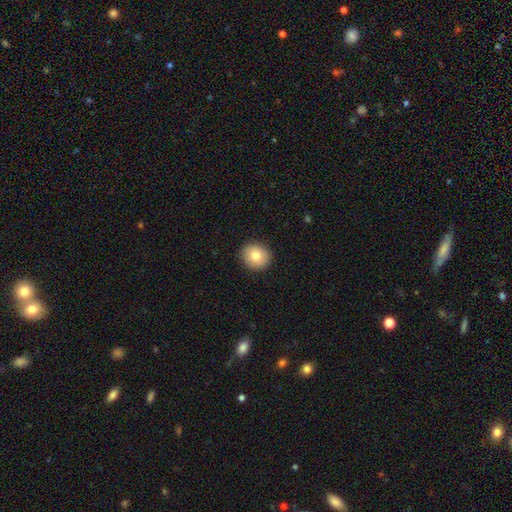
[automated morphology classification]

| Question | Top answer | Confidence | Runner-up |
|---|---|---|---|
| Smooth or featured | smooth | 80% | featured or disk (12%) |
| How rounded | round | 84% | in between (15%) |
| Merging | none | 92% | minor disturbance (6%) |